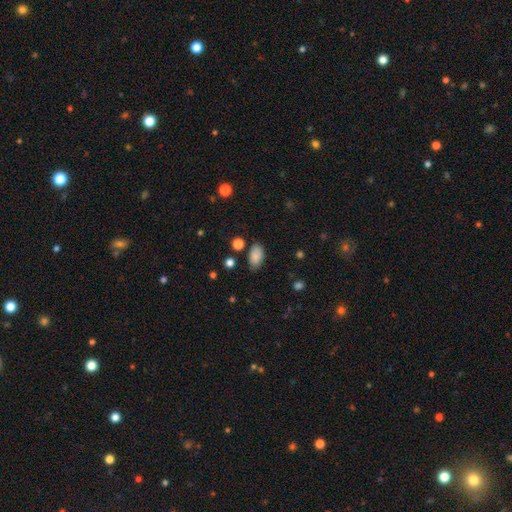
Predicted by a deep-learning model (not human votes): smooth-or-featured: smooth: 84% | star or artifact: 9% | featured or disk: 8%
  how-rounded: in between: 93% | round: 5% | cigar-shaped: 2%
  merging: none: 77% | minor disturbance: 16% | major disturbance: 4% | merger: 3%